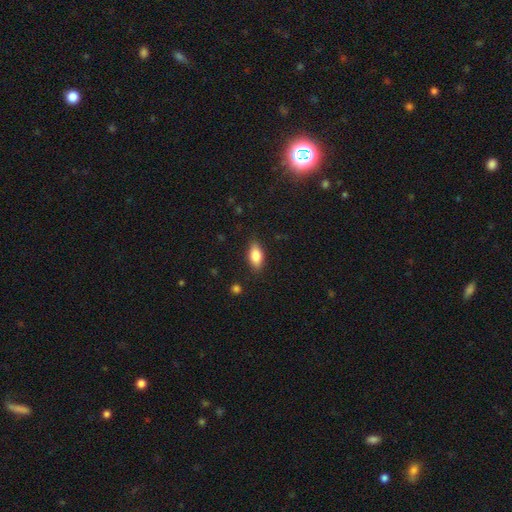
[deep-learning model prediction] smooth 82%, featured or disk 11%, star or artifact 7%. Down the decision tree: how rounded — in between (86%); merging — none (84%).